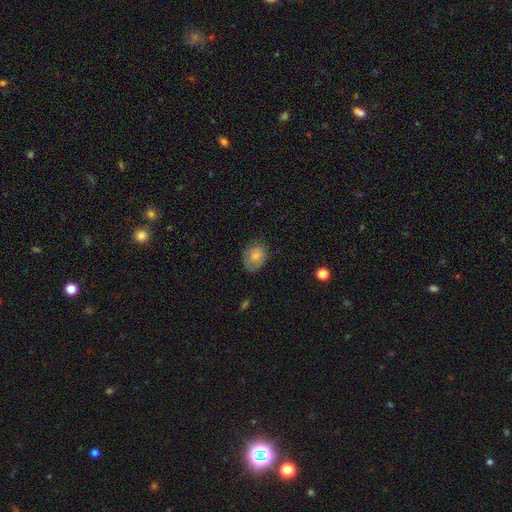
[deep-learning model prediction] A smooth galaxy with no disk features (72%) that is in between round and cigar-shaped (60%).

Vote fractions:
- Smooth or featured? smooth: 72% / featured or disk: 20% / star or artifact: 8%
- How rounded? in between: 60% / round: 39% / cigar-shaped: 1%
- Merging? none: 68% / minor disturbance: 24% / major disturbance: 7% / merger: 1%